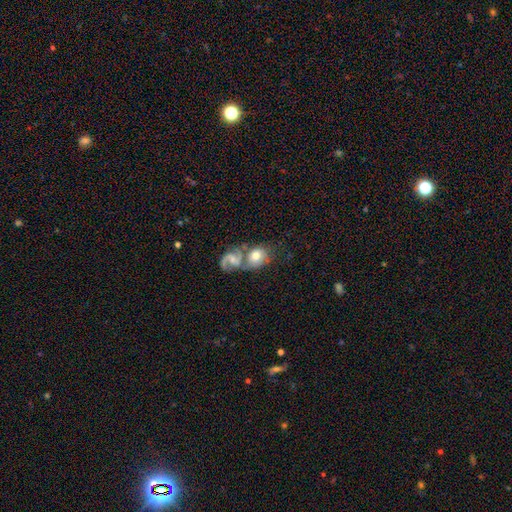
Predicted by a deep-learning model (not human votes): This is possibly a smooth galaxy (47%). Merging: possibly merger (54%).